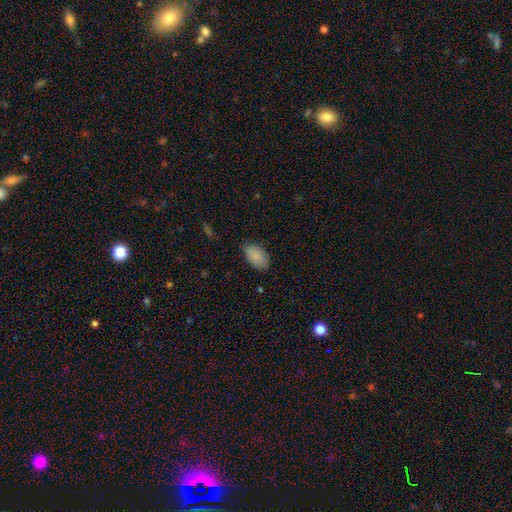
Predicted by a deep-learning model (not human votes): Smooth or featured: smooth — 87% (star or artifact — 7%)
How rounded: in between — 94% (round — 5%)
Merging: none — 81% (minor disturbance — 15%)